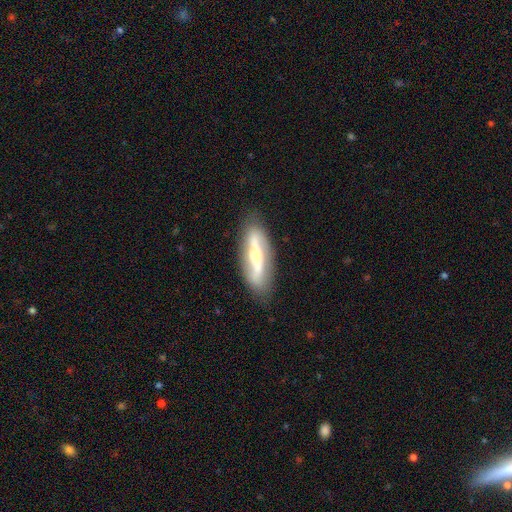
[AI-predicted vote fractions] smooth_or_featured: featured or disk (p=0.72) [alt: smooth p=0.23]
disk_edge_on: no (p=0.71) [alt: yes p=0.29]
bar: strong (p=0.44) [alt: no p=0.33]
has_spiral_arms: yes (p=0.68) [alt: no p=0.32]
bulge_size: moderate (p=0.64) [alt: small p=0.29]
merging: none (p=0.83) [alt: minor disturbance p=0.12]